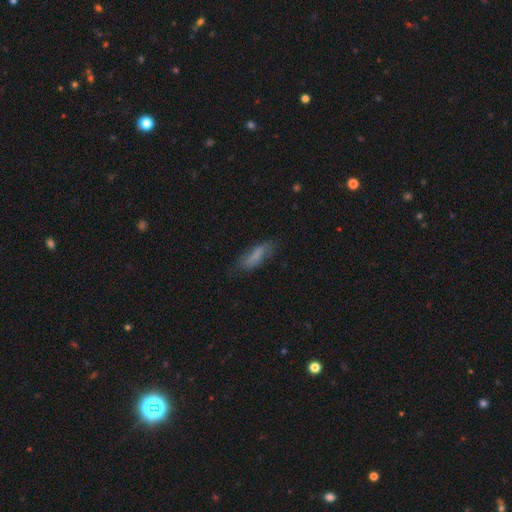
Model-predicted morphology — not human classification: Smooth or featured?
  - smooth: 70% *
  - featured or disk: 21%
  - star or artifact: 9%
How rounded?
  - in between: 53% *
  - cigar-shaped: 44%
  - round: 2%
Merging?
  - none: 64% *
  - minor disturbance: 25%
  - major disturbance: 9%
  - merger: 2%